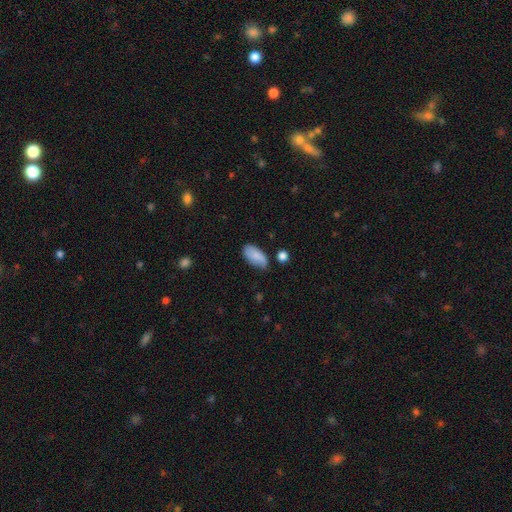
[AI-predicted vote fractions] A smooth galaxy with no disk features (82%) that is in between round and cigar-shaped (93%).

Vote fractions:
- Smooth or featured? smooth: 82% / featured or disk: 12% / star or artifact: 7%
- How rounded? in between: 93% / cigar-shaped: 4% / round: 3%
- Merging? none: 64% / minor disturbance: 27% / major disturbance: 5% / merger: 3%